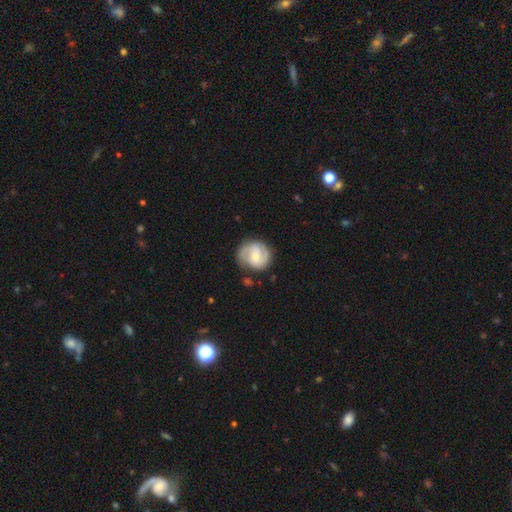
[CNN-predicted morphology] Smooth or featured: featured or disk — 69% (smooth — 25%)
Edge-on disk: no — 98% (yes — 2%)
Bar: weak — 45% (tied with no — 45%)
Spiral arms: yes — 92% (no — 8%)
Spiral winding: medium — 43% (tight — 42%)
Spiral arm count: 2 — 73% (can't tell — 11%)
Bulge size: small — 53% (moderate — 41%)
Merging: none — 72% (minor disturbance — 18%)